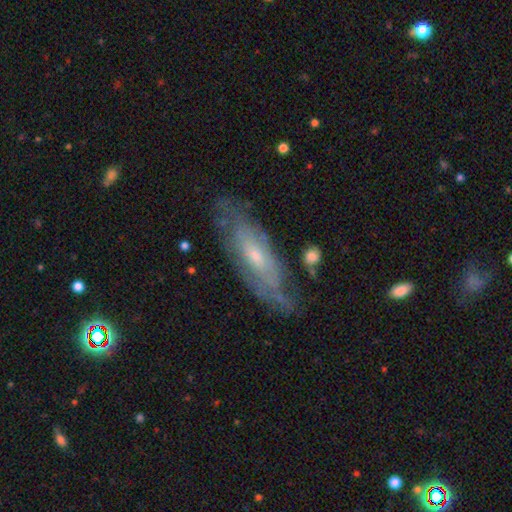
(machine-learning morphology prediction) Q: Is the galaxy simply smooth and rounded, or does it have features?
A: featured or disk — 72%.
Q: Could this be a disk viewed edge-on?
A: no — 78%.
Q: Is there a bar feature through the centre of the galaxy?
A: no — 62%.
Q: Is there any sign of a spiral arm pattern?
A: yes — 77%.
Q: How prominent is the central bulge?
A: small — 59%.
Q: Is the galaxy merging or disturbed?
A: none — 70%.